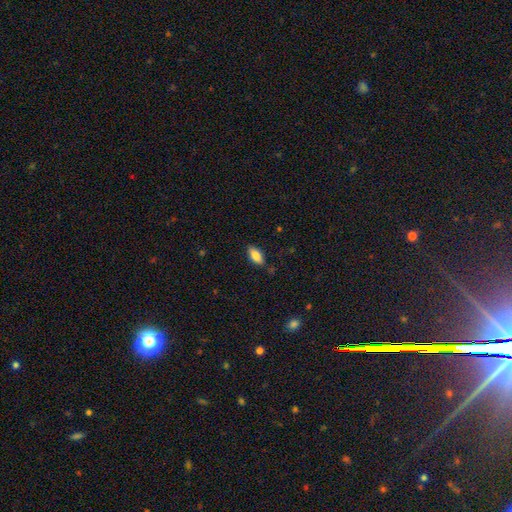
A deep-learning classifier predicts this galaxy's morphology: Overall: smooth (82%). How rounded: in between (86%). Merging: none (81%).